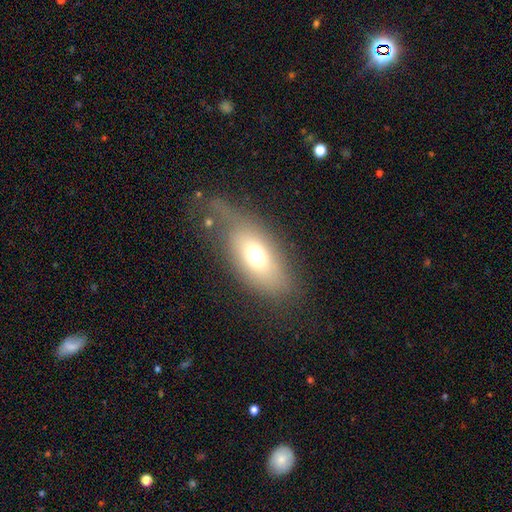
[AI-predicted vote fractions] Smooth or featured?
  - smooth: 67% *
  - featured or disk: 23%
  - star or artifact: 10%
How rounded?
  - in between: 85% *
  - cigar-shaped: 8%
  - round: 7%
Merging?
  - none: 49% *
  - minor disturbance: 24%
  - major disturbance: 23%
  - merger: 4%